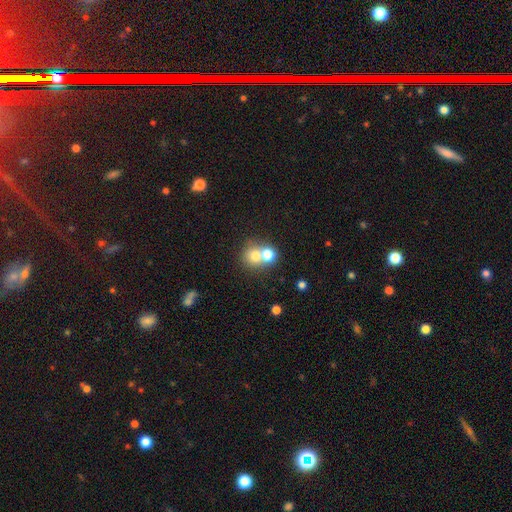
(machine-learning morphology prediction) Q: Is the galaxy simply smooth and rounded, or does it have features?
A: smooth — 71%.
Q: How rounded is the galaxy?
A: round — 82%.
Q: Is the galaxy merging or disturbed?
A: merger — 55%.